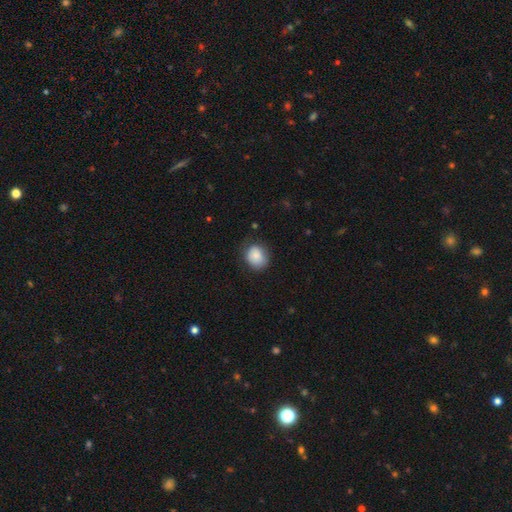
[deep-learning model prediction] Smooth or featured? Predicted: smooth (p=0.86). How rounded? Predicted: round (p=0.62). Merging? Predicted: none (p=0.73).